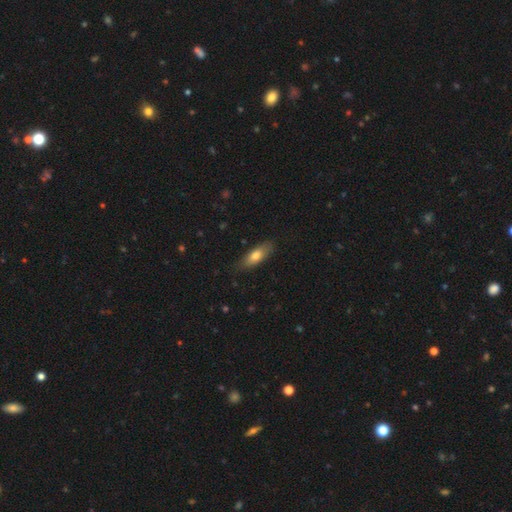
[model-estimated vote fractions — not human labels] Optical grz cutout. It shows a smooth galaxy with no disk features (73%) that is in between round and cigar-shaped (65%). Merging: none (79%).